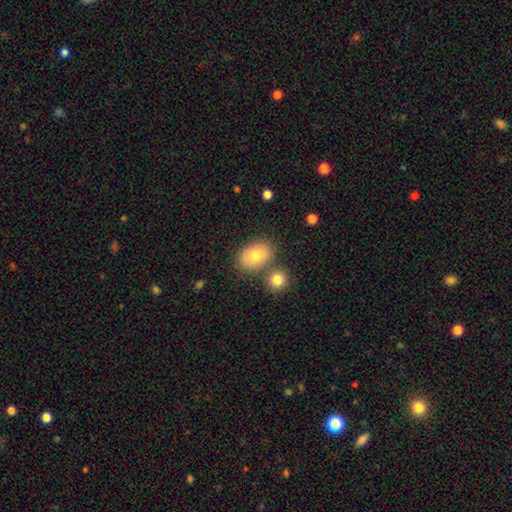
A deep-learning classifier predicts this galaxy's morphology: This is likely a smooth galaxy (78%). How rounded: clearly in between (84%). Merging: likely none (68%).